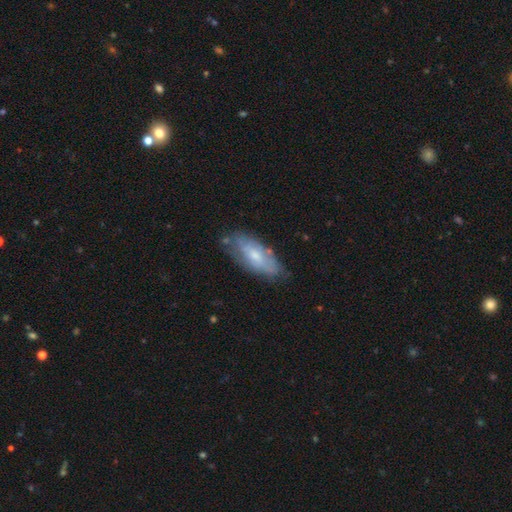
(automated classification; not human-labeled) Morphology: type=smooth (51%); roundness=in between (77%); merging=none (67%).